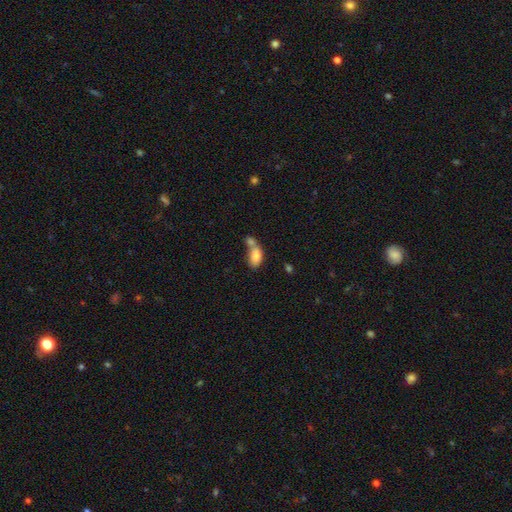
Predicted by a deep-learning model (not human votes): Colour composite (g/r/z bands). It shows a smooth galaxy with no disk features (78%) that is in between round and cigar-shaped (89%). Merging: merger (59%).